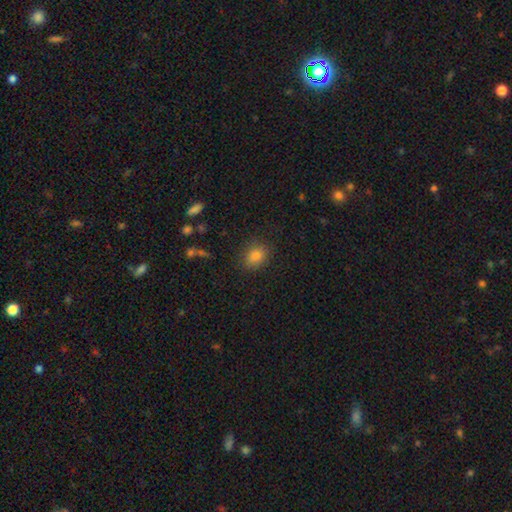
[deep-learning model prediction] smooth 81%, star or artifact 12%, featured or disk 7%. Down the decision tree: how rounded — in between (51%); merging — none (84%).